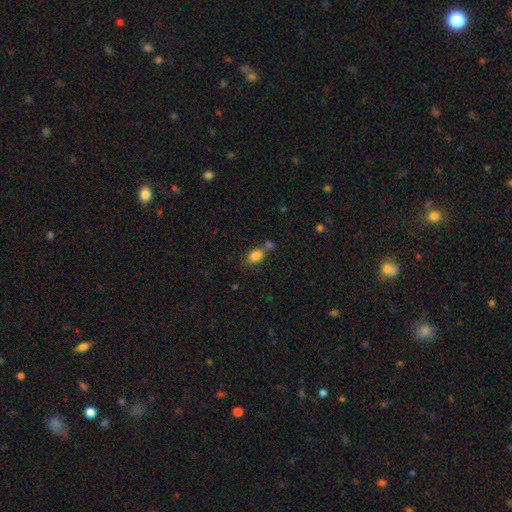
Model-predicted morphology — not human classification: Smooth or featured?
  - smooth: 83% *
  - star or artifact: 9%
  - featured or disk: 7%
How rounded?
  - in between: 82% *
  - round: 16%
  - cigar-shaped: 3%
Merging?
  - none: 54% *
  - merger: 29%
  - minor disturbance: 13%
  - major disturbance: 4%